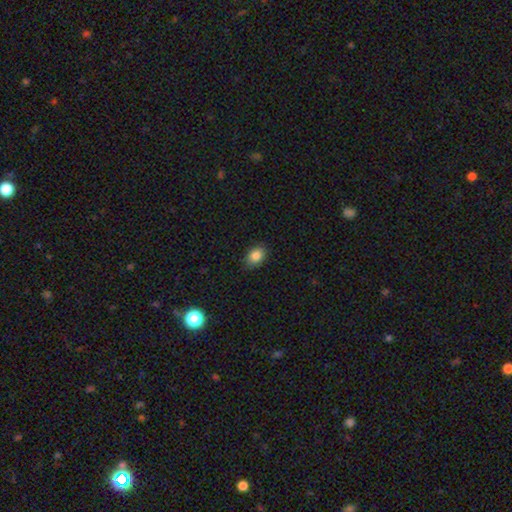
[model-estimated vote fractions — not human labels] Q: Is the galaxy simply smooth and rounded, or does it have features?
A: smooth — 85%.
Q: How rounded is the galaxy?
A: in between — 75%.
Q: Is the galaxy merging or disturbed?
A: none — 86%.